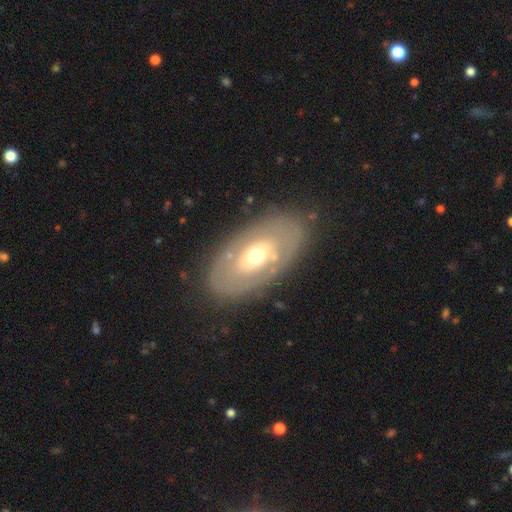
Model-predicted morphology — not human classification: The model was most divided on "smooth or featured": featured or disk: 58%, smooth: 36%, star or artifact: 6%. More confident: edge-on disk — no (88%); spiral arms — no (83%); bar — no (83%); merging — none (79%); bulge size — moderate (68%).